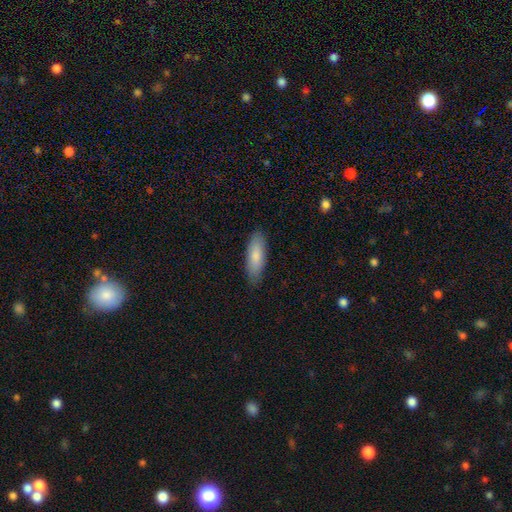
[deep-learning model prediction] This appears to be a smooth galaxy with no disk features (82%) that is in between round and cigar-shaped (59%). Merging: none (85%).